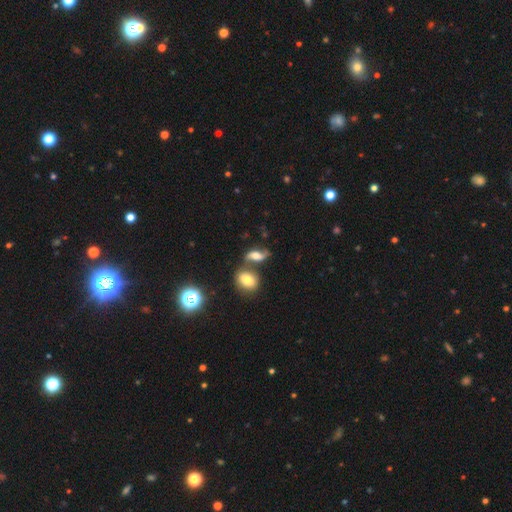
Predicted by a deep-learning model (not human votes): smooth_or_featured: featured or disk (p=0.45) [alt: smooth p=0.43]
merging: none (p=0.47) [alt: merger p=0.31]